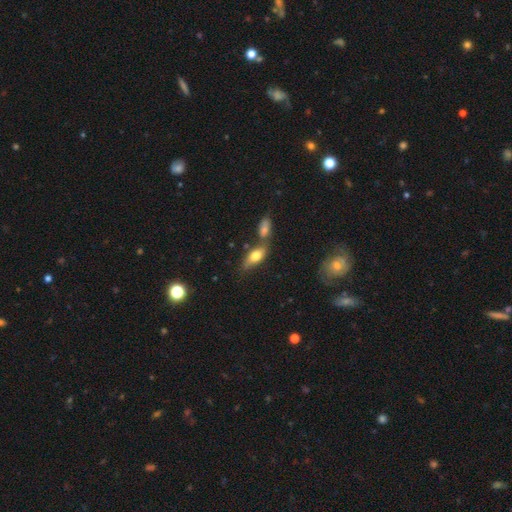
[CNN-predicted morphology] smooth-or-featured: smooth: 69% | featured or disk: 23% | star or artifact: 8%
  how-rounded: in between: 79% | cigar-shaped: 16% | round: 4%
  merging: none: 48% | merger: 31% | minor disturbance: 16% | major disturbance: 5%